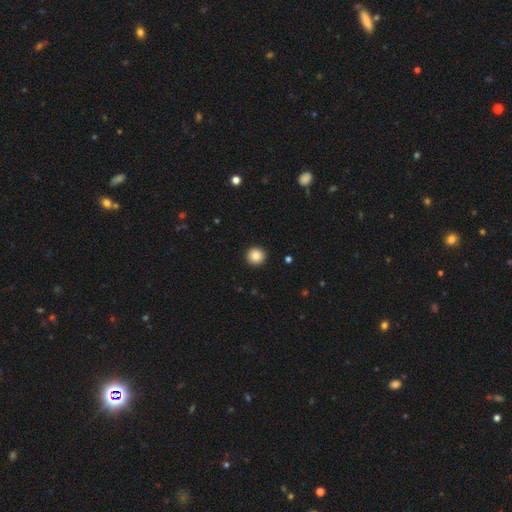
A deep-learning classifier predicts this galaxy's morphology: The model was most divided on "smooth or featured": smooth: 87%, star or artifact: 9%, featured or disk: 4%. More confident: how rounded — round (95%); merging — none (93%).